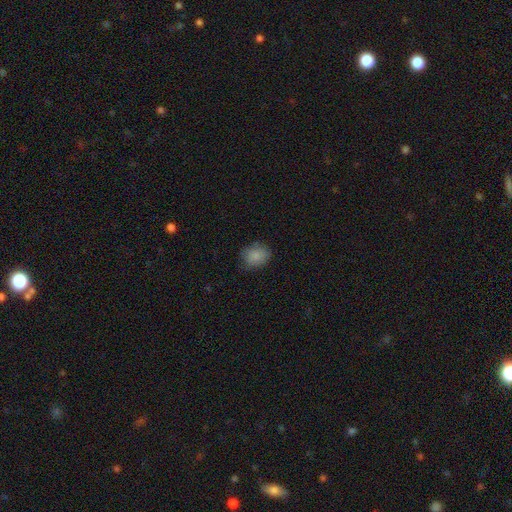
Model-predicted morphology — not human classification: This is clearly a smooth galaxy (86%). How rounded: possibly round (52%). Merging: likely none (78%).